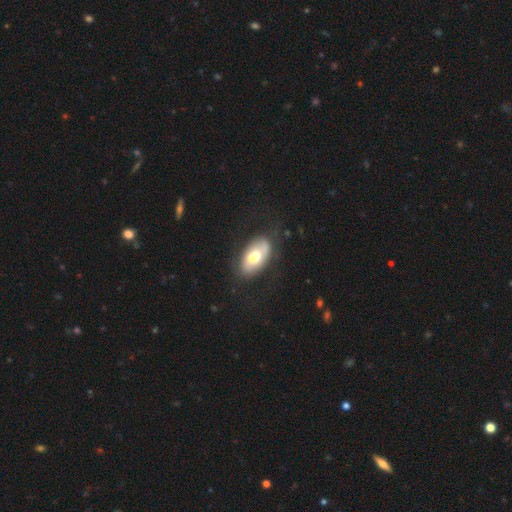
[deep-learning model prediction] A smooth galaxy with no disk features (56%) that is in between round and cigar-shaped (92%).

Vote fractions:
- Smooth or featured? smooth: 56% / featured or disk: 37% / star or artifact: 7%
- How rounded? in between: 92% / round: 6% / cigar-shaped: 2%
- Merging? none: 69% / minor disturbance: 19% / major disturbance: 9% / merger: 4%